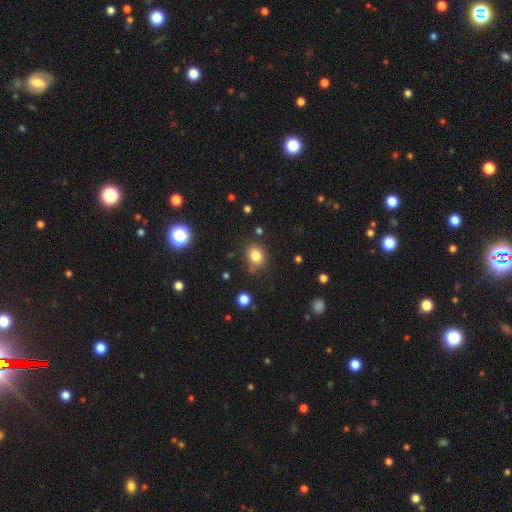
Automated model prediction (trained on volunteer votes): Smooth or featured? smooth (82%)
How rounded? round (58%)
Merging? none (77%)